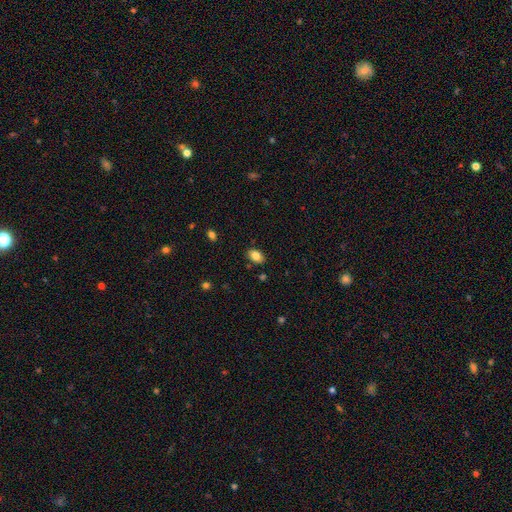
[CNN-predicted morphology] This appears to be a smooth galaxy with no disk features (84%) that is in between round and cigar-shaped (83%). Merging: none (85%).